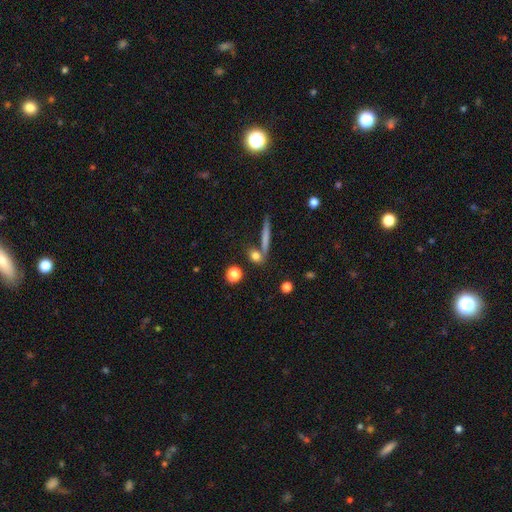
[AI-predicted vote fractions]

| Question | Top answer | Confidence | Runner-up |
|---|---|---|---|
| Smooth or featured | smooth | 75% | featured or disk (14%) |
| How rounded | round | 46% | in between (28%) |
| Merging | none | 67% | merger (19%) |